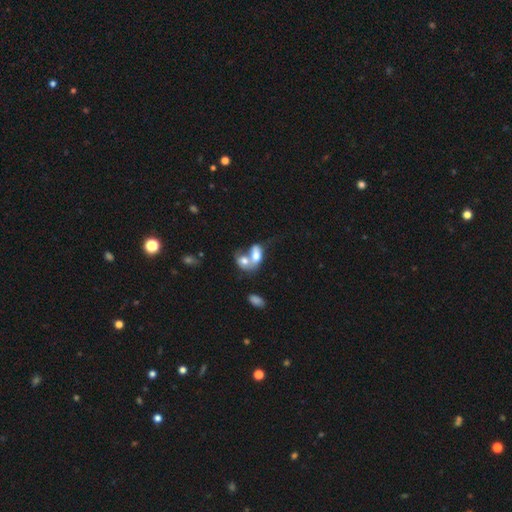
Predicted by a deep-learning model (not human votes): Smooth or featured? Predicted: smooth (p=0.64). How rounded? Predicted: in between (p=0.80). Merging? Predicted: merger (p=0.77).